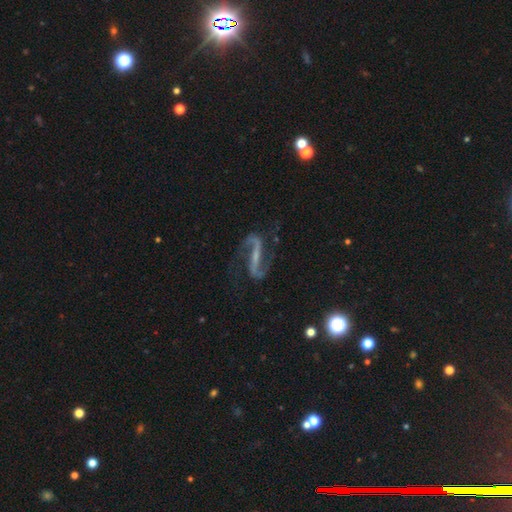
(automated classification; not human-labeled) Morphology: type=featured or disk (89%); edge-on=no (94%); bar=strong (58%); spiral arms=yes (97%); winding=loose (66%); arm count=2 (94%); bulge=small (52%); merging=none (76%).